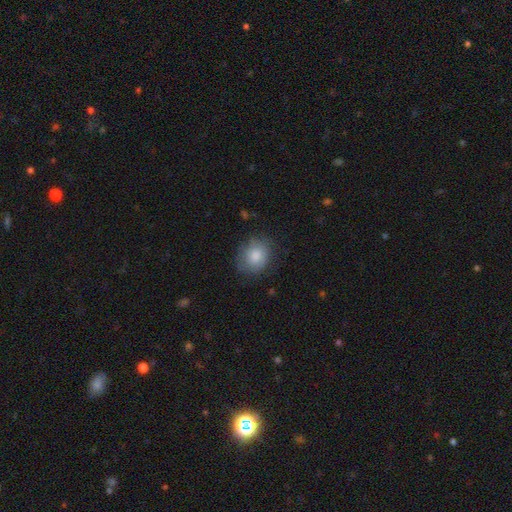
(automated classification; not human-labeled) smooth_or_featured: smooth (p=0.83) [alt: featured or disk p=0.09]
how_rounded: round (p=0.60) [alt: in between p=0.39]
merging: none (p=0.76) [alt: minor disturbance p=0.18]